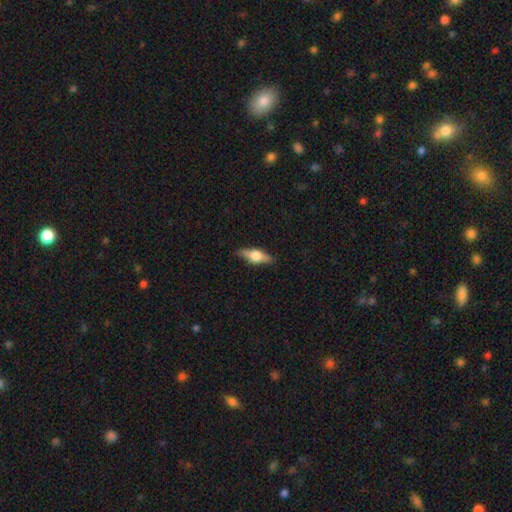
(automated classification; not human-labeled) This is possibly a featured or disk galaxy (57%). It is clearly viewed edge-on (94%). Edge-on bulge: clearly rounded (93%). Merging: clearly none (86%).